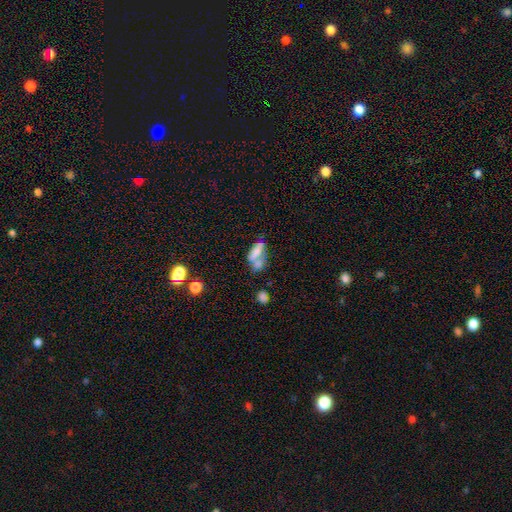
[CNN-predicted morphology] Overall: smooth (59%; featured or disk 31%). How rounded: in between (77%). Merging: merger (53%; none 22%).